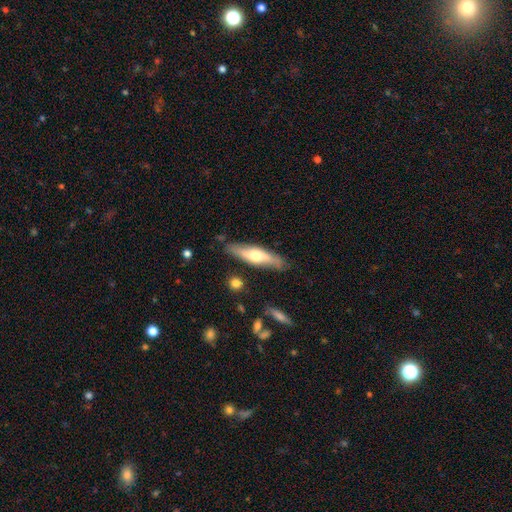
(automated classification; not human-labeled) A smooth galaxy with no disk features (47%, tied with featured or disk). Merging: none (81%).